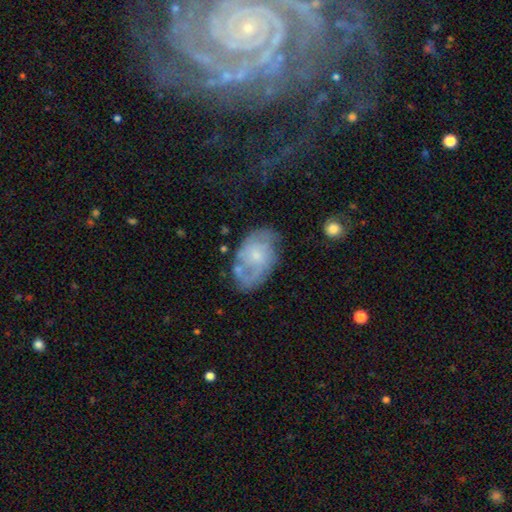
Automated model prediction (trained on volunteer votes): Smooth or featured: featured or disk — 62% (smooth — 31%)
Edge-on disk: no — 96% (yes — 4%)
Bar: no — 70% (weak — 26%)
Spiral arms: yes — 76% (no — 24%)
Bulge size: small — 65% (moderate — 24%)
Merging: none — 54% (minor disturbance — 27%)